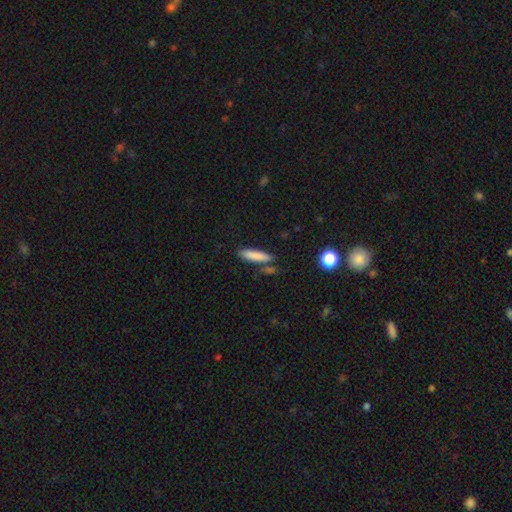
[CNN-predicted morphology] A smooth galaxy with no disk features (83%) that is cigar-shaped (75%).

Vote fractions:
- Smooth or featured? smooth: 83% / featured or disk: 9% / star or artifact: 7%
- How rounded? cigar-shaped: 75% / in between: 23% / round: 2%
- Merging? none: 76% / minor disturbance: 13% / merger: 8% / major disturbance: 3%